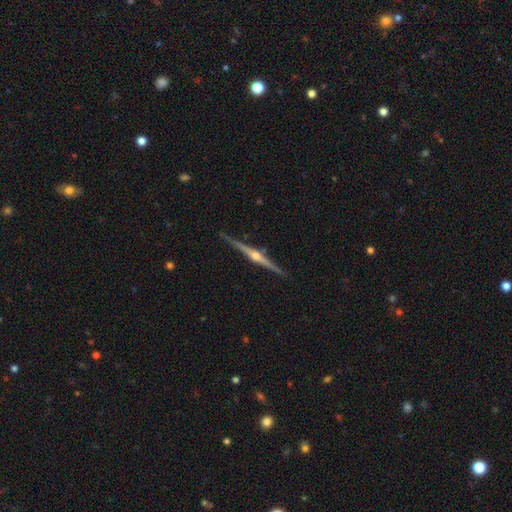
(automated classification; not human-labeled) This is clearly a featured or disk galaxy (89%). It is clearly viewed edge-on (99%). Edge-on bulge: clearly rounded (94%). Merging: clearly none (92%).